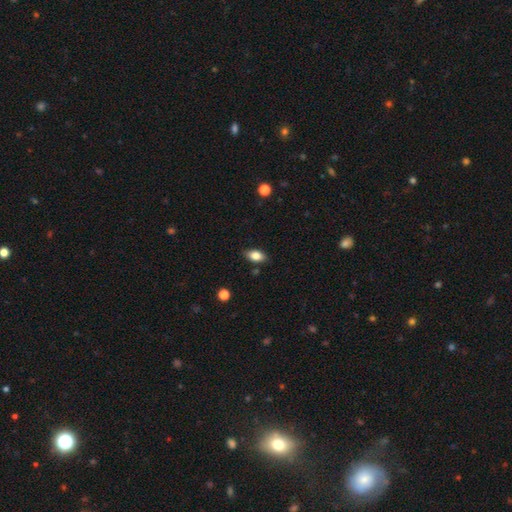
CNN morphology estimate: smooth_or_featured: smooth (p=0.80) [alt: featured or disk p=0.12]
how_rounded: in between (p=0.88) [alt: round p=0.07]
merging: none (p=0.85) [alt: minor disturbance p=0.11]